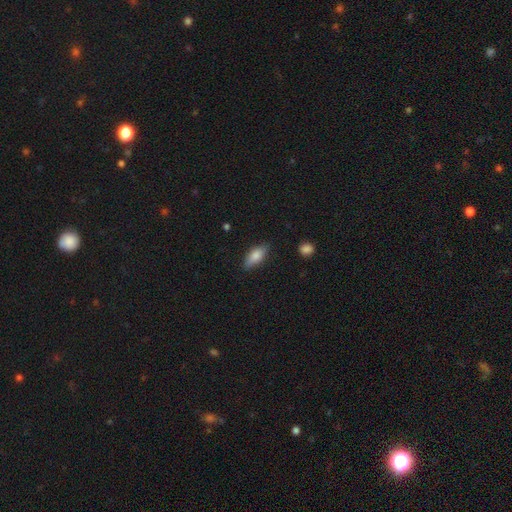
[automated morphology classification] This is likely a smooth galaxy (76%). How rounded: likely in between (78%). Merging: clearly none (81%).